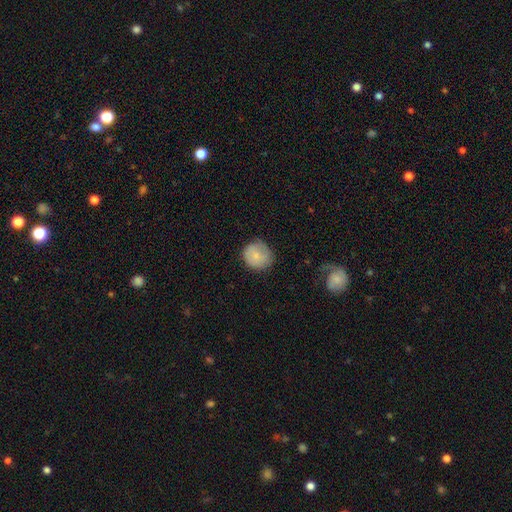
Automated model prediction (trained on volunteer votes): This appears to be a smooth galaxy with no disk features (79%) that is round (85%). Merging: none (71%).